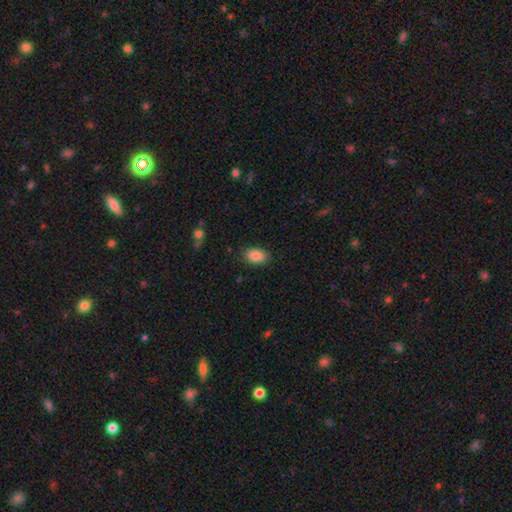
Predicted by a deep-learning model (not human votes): Smooth or featured? smooth (88%)
How rounded? in between (90%)
Merging? none (83%)